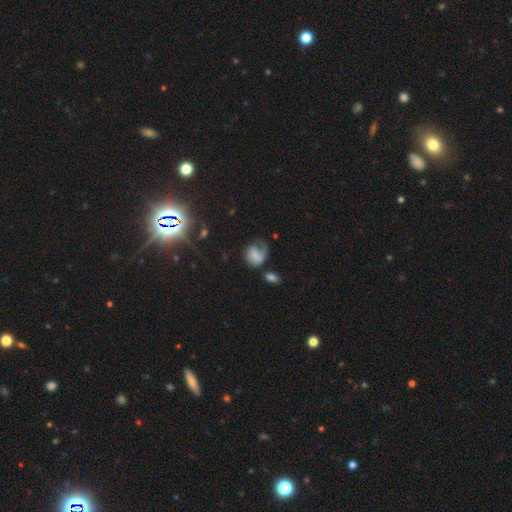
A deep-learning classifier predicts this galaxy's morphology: Overall: featured or disk (49%; smooth 41%). Merging: none (39%; major disturbance 32%).